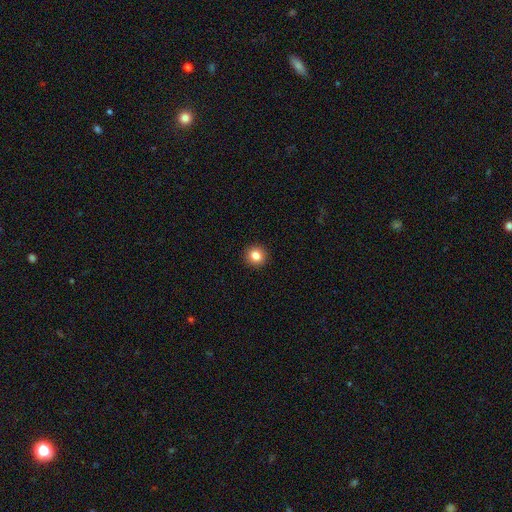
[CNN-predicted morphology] This is clearly a smooth galaxy (83%). How rounded: clearly round (92%). Merging: clearly none (93%).